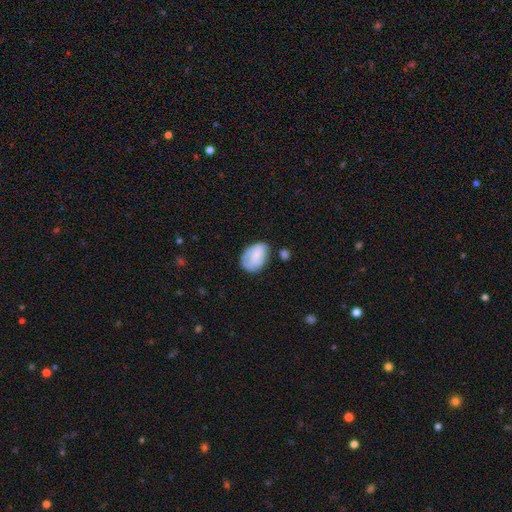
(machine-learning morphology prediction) Smooth or featured? Predicted: smooth (p=0.70). How rounded? Predicted: in between (p=0.84). Merging? Predicted: none (p=0.52).